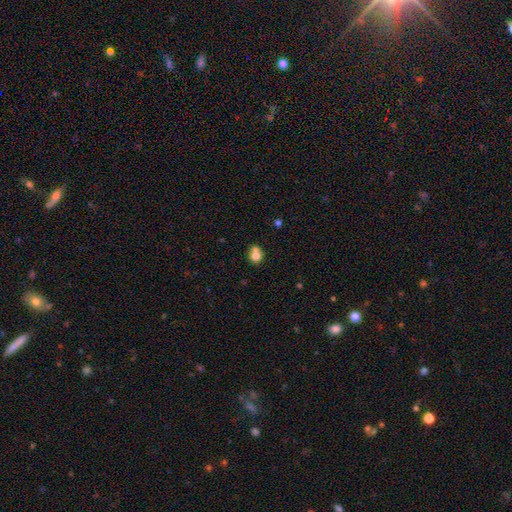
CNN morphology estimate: Smooth or featured? smooth (76%)
How rounded? round (74%)
Merging? merger (43%)